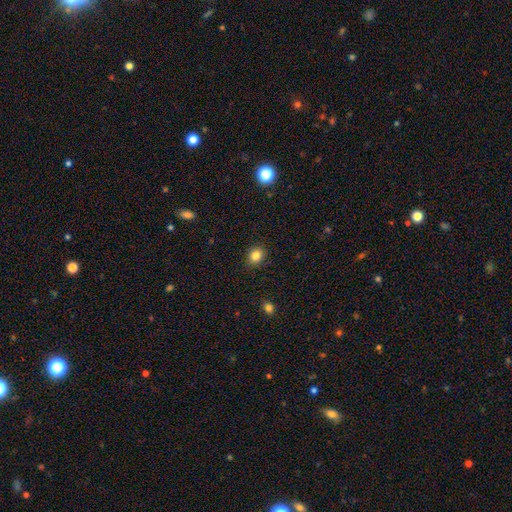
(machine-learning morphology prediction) The model was most divided on "how rounded": round: 68%, in between: 31%, cigar-shaped: 1%. More confident: merging — none (89%); smooth or featured — smooth (83%).